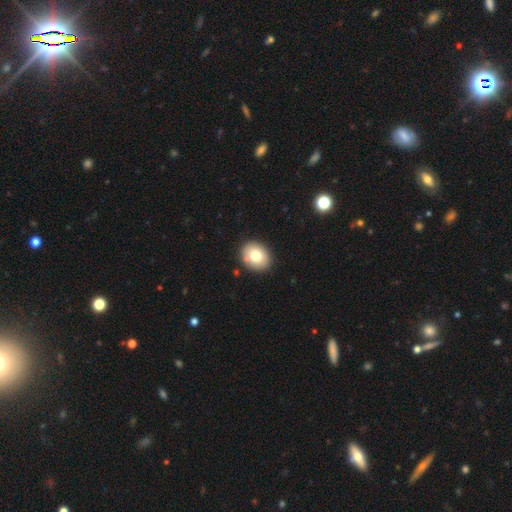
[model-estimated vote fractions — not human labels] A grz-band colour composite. It shows a smooth galaxy with no disk features (77%) that is round (52%). Merging: none (87%).